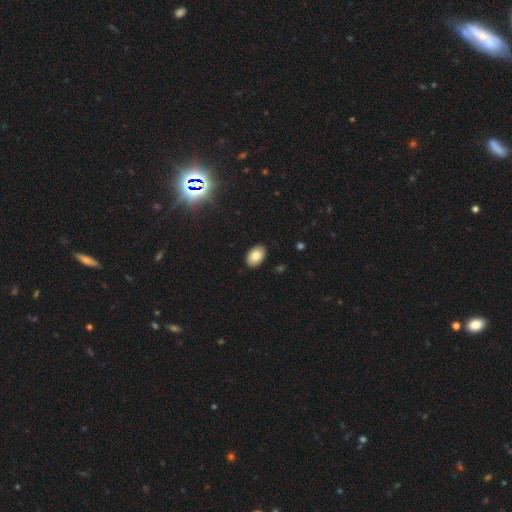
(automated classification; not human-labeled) smooth-or-featured: smooth: 83% | featured or disk: 9% | star or artifact: 8%
  how-rounded: in between: 90% | round: 9% | cigar-shaped: 1%
  merging: none: 89% | minor disturbance: 8% | major disturbance: 2% | merger: 1%